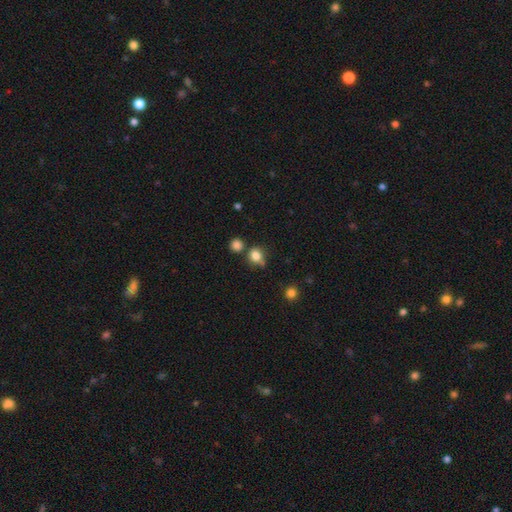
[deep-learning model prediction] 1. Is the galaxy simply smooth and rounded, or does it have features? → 80% smooth, 13% star or artifact, 7% featured or disk.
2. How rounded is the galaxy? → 79% round, 20% in between, 1% cigar-shaped.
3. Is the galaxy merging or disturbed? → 57% none, 20% minor disturbance, 16% merger, 7% major disturbance.